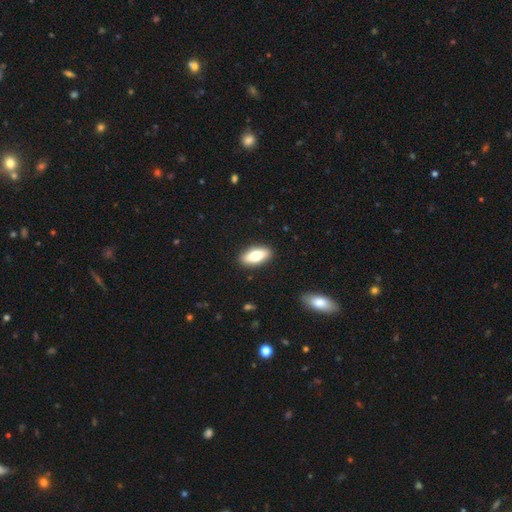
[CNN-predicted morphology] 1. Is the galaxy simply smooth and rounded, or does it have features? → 72% smooth, 21% featured or disk, 7% star or artifact.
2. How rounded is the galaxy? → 84% in between, 13% cigar-shaped, 3% round.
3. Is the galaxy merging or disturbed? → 90% none, 7% minor disturbance, 2% major disturbance, 1% merger.